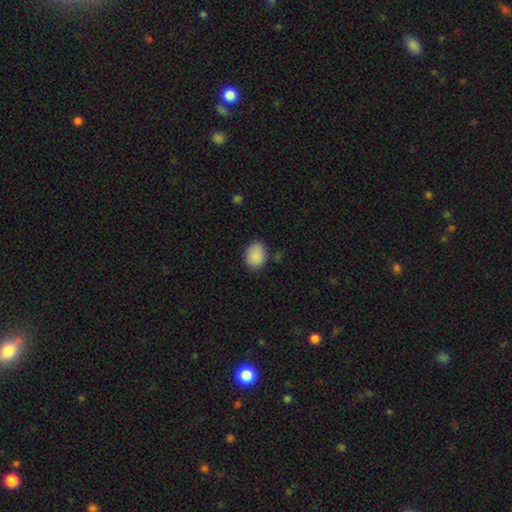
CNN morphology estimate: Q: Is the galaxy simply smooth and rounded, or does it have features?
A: smooth — 88%.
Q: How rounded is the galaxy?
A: in between — 61%.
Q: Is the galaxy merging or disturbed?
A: none — 78%.